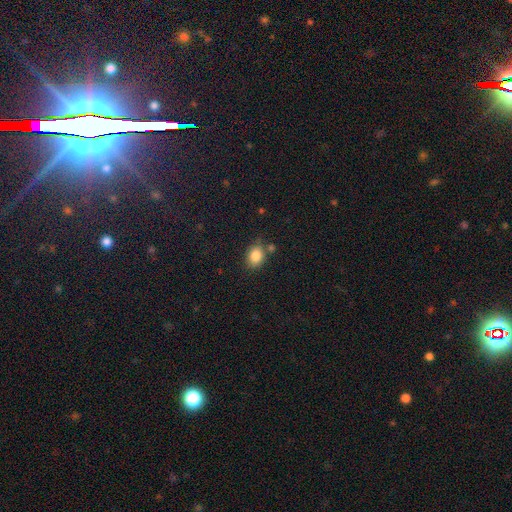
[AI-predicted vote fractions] Smooth or featured?
  - smooth: 84% *
  - star or artifact: 9%
  - featured or disk: 6%
How rounded?
  - in between: 57% *
  - round: 42%
  - cigar-shaped: 1%
Merging?
  - none: 71% *
  - minor disturbance: 16%
  - merger: 10%
  - major disturbance: 4%